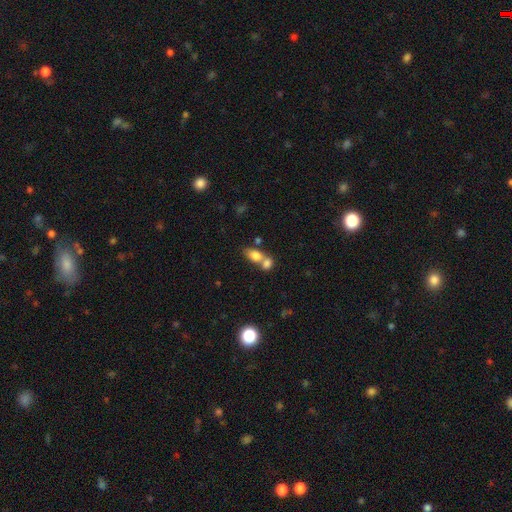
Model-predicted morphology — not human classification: smooth_or_featured: smooth (p=0.78) [alt: featured or disk p=0.13]
how_rounded: in between (p=0.79) [alt: round p=0.17]
merging: merger (p=0.63) [alt: none p=0.26]